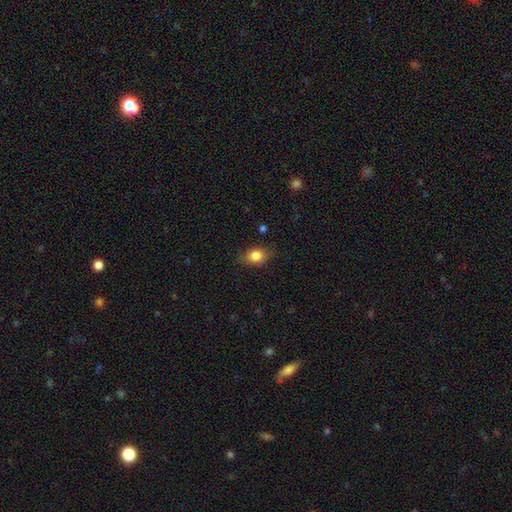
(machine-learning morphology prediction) The model was most divided on "how rounded": in between: 64%, round: 34%, cigar-shaped: 2%. More confident: smooth or featured — smooth (83%); merging — none (76%).